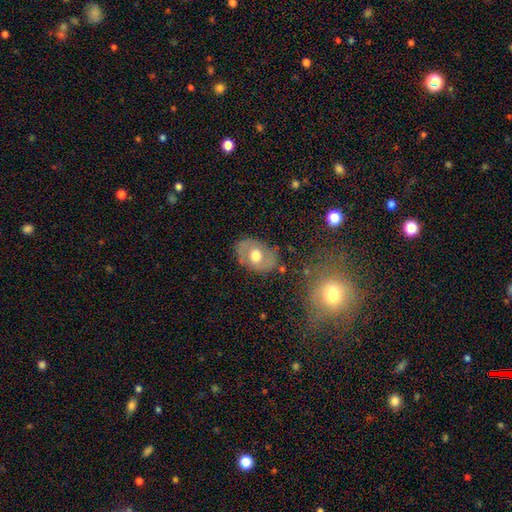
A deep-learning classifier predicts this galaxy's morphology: A smooth galaxy with no disk features (49%).

Vote fractions:
- Smooth or featured? smooth: 49% / featured or disk: 44% / star or artifact: 7%
- Merging? none: 75% / minor disturbance: 17% / major disturbance: 6% / merger: 2%